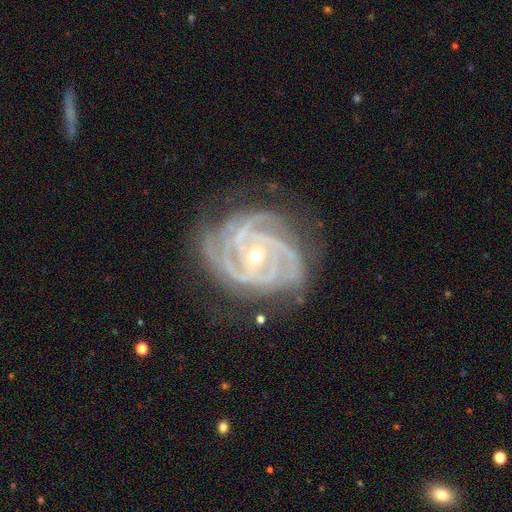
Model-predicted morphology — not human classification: Overall: featured or disk (92%). Edge-on disk: no (98%). Bar: no (56%; weak 28%). Spiral arms: yes (98%). Spiral arm count: 3 (37%; 4 27%). Spiral winding: tight (71%). Bulge size: small (65%; moderate 32%). Merging: none (68%).